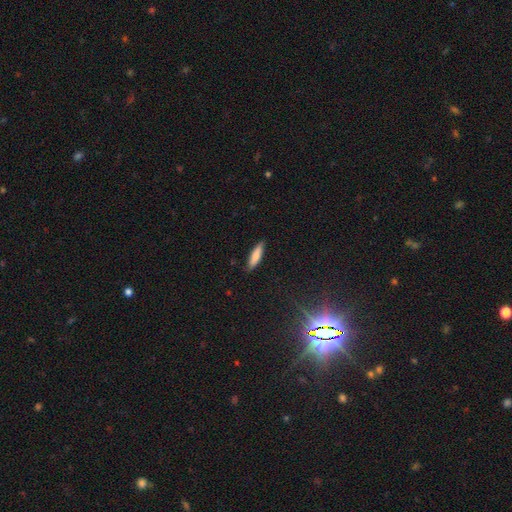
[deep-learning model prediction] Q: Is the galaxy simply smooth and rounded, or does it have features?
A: smooth — 79%.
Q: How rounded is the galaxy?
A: cigar-shaped — 75%.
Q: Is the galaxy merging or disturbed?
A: none — 87%.